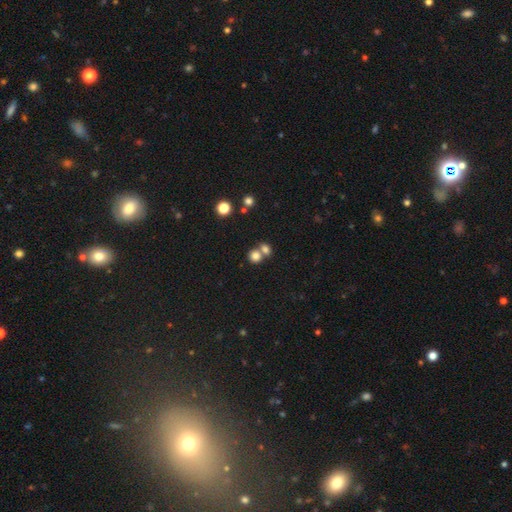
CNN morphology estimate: The model was most divided on "merging" (2-way tie): none: 45%, merger: 45%, minor disturbance: 7%, major disturbance: 3%. More confident: smooth or featured — smooth (79%); how rounded — round (79%).